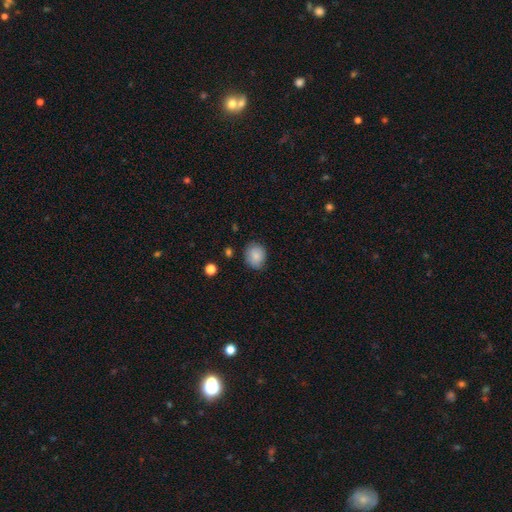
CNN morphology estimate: type=smooth (85%); roundness=round (64%); merging=none (80%).